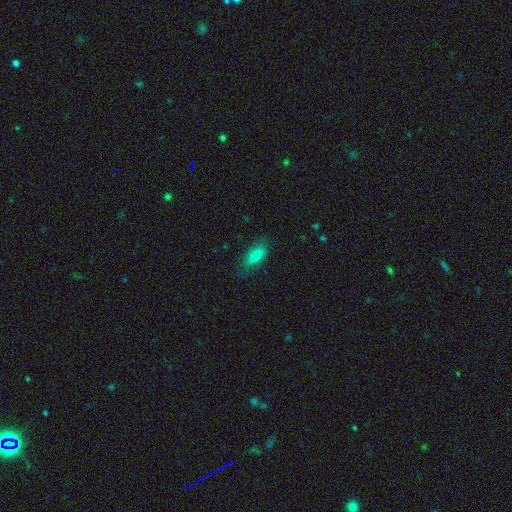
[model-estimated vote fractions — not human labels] Smooth or featured?
  - smooth: 73% *
  - featured or disk: 19%
  - star or artifact: 8%
How rounded?
  - in between: 80% *
  - cigar-shaped: 16%
  - round: 4%
Merging?
  - none: 72% *
  - minor disturbance: 21%
  - major disturbance: 6%
  - merger: 1%